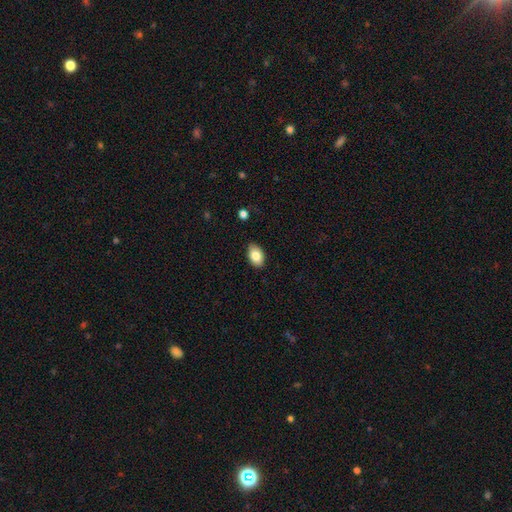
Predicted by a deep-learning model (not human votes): A smooth galaxy with no disk features (83%) that is in between round and cigar-shaped (89%). Merging: none (84%).